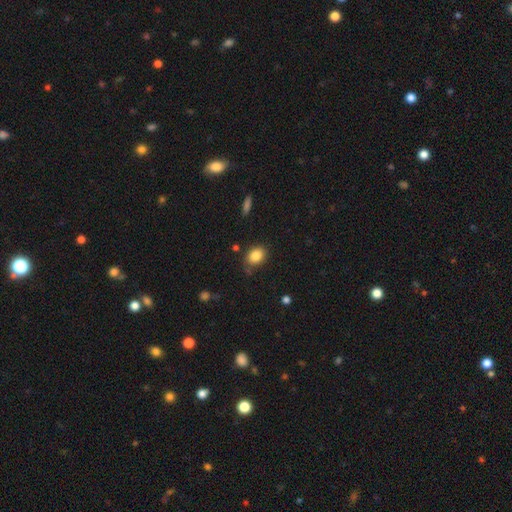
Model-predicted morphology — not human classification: smooth 85%, star or artifact 9%, featured or disk 6%. Down the decision tree: how rounded — in between (65%); merging — none (75%).